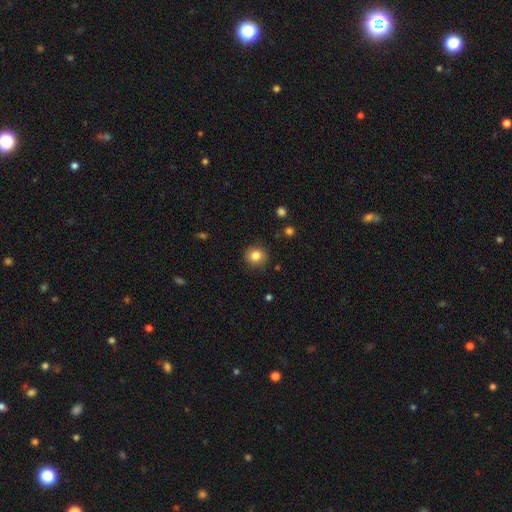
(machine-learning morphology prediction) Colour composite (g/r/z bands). It shows a smooth galaxy with no disk features (82%) that is round (91%). Merging: none (87%).